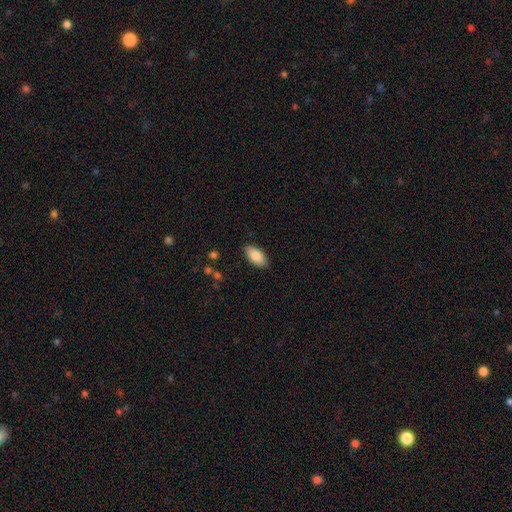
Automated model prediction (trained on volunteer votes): The model was most divided on "merging": none: 86%, minor disturbance: 10%, major disturbance: 2%, merger: 1%. More confident: how rounded — in between (94%); smooth or featured — smooth (87%).